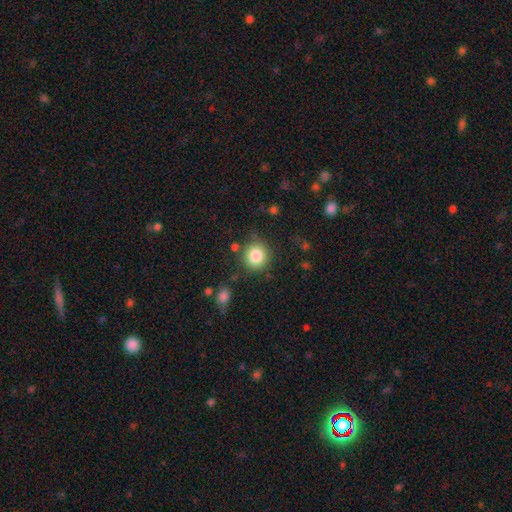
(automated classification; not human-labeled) Smooth or featured?
  - smooth: 84% *
  - star or artifact: 10%
  - featured or disk: 6%
How rounded?
  - round: 89% *
  - in between: 10%
  - cigar-shaped: 1%
Merging?
  - none: 81% *
  - minor disturbance: 11%
  - major disturbance: 4%
  - merger: 4%